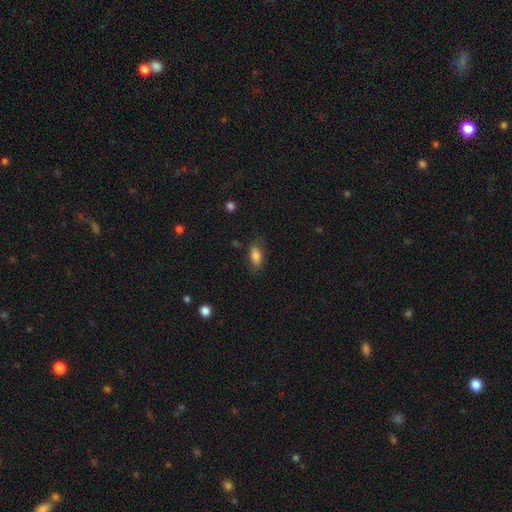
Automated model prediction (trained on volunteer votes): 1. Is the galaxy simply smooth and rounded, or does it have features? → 82% smooth, 9% featured or disk, 9% star or artifact.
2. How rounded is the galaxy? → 85% in between, 11% cigar-shaped, 5% round.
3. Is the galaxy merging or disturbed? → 76% none, 18% minor disturbance, 5% major disturbance, 2% merger.